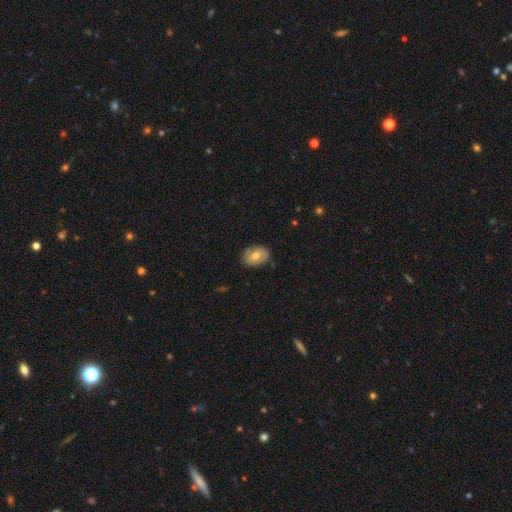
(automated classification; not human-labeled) Smooth or featured? Predicted: smooth (p=0.68). How rounded? Predicted: in between (p=0.71). Merging? Predicted: none (p=0.83).